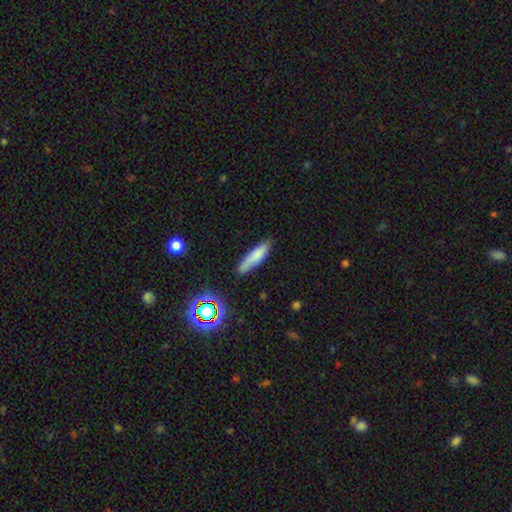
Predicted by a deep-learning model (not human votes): This is likely a smooth galaxy (76%). How rounded: likely cigar-shaped (72%). Merging: likely none (76%).